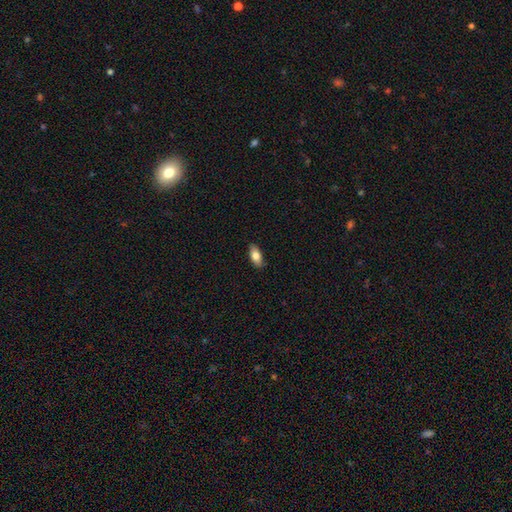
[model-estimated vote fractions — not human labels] Overall: smooth (79%). How rounded: in between (87%). Merging: none (87%).